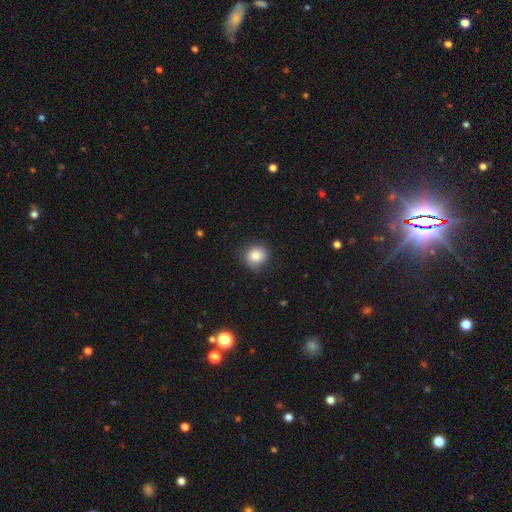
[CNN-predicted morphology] Smooth or featured? Predicted: smooth (p=0.85). How rounded? Predicted: round (p=0.84). Merging? Predicted: none (p=0.80).